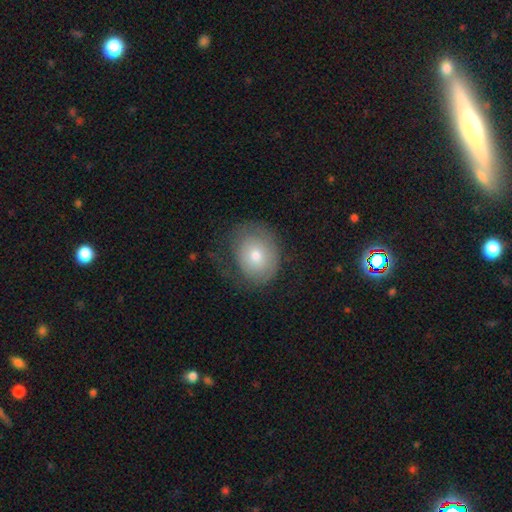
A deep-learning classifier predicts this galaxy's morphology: smooth-or-featured: smooth: 63% | featured or disk: 29% | star or artifact: 8%
  how-rounded: round: 57% | in between: 42% | cigar-shaped: 1%
  merging: none: 56% | minor disturbance: 25% | major disturbance: 18% | merger: 1%